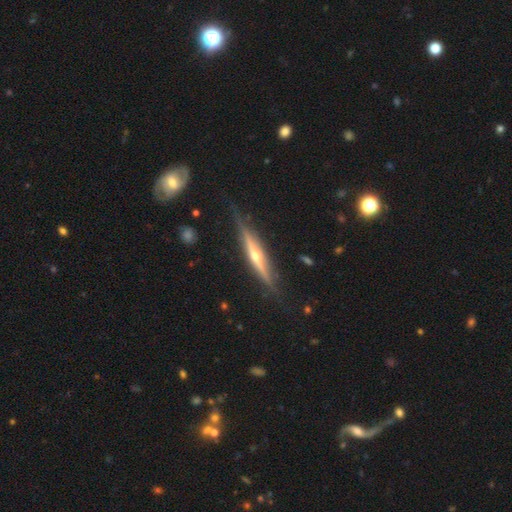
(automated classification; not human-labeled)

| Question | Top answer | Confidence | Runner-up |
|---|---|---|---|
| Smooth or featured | featured or disk | 76% | smooth (18%) |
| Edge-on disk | yes | 96% | no (4%) |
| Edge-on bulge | rounded | 85% | none (11%) |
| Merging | none | 80% | minor disturbance (15%) |